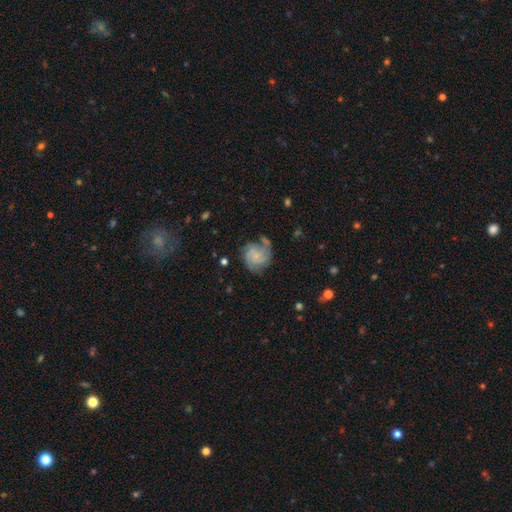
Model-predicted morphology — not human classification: Overall: featured or disk (65%; smooth 27%). Edge-on disk: no (98%). Bar: no (72%). Spiral arms: yes (90%). Spiral arm count: 2 (33%; 3 28%). Spiral winding: medium (42%; tight 39%). Bulge size: small (61%; none 24%). Merging: none (54%; minor disturbance 24%).